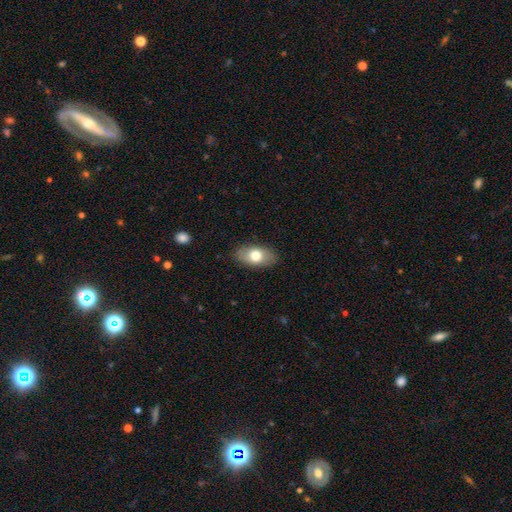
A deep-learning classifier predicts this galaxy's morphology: Smooth or featured: smooth — 72% (featured or disk — 21%)
How rounded: in between — 91% (round — 6%)
Merging: none — 85% (minor disturbance — 11%)